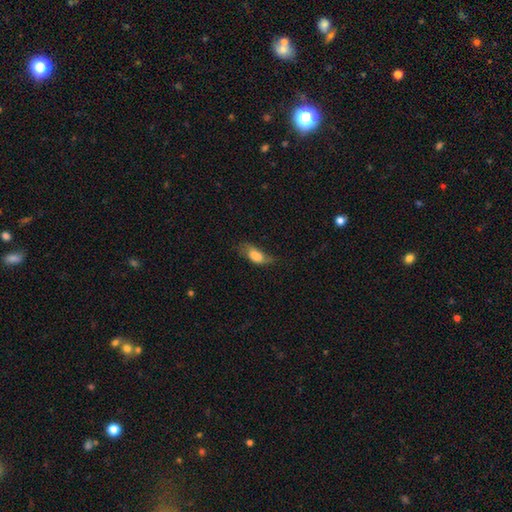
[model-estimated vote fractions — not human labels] Overall: smooth (72%). How rounded: in between (84%). Merging: none (38%; minor disturbance 33%).